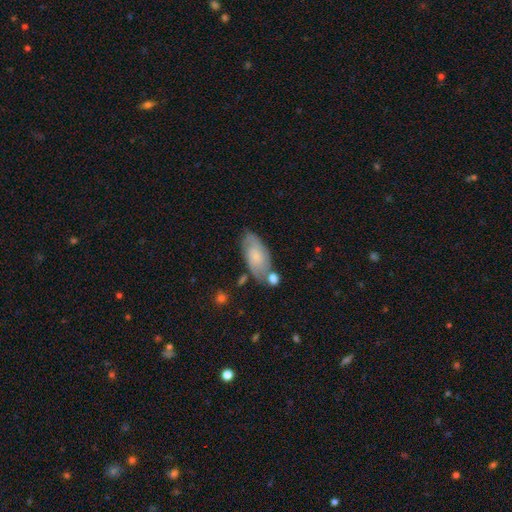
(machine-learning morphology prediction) Smooth or featured?
  - smooth: 60% *
  - featured or disk: 34%
  - star or artifact: 7%
How rounded?
  - in between: 89% *
  - cigar-shaped: 8%
  - round: 3%
Merging?
  - none: 59% *
  - minor disturbance: 21%
  - merger: 14%
  - major disturbance: 6%